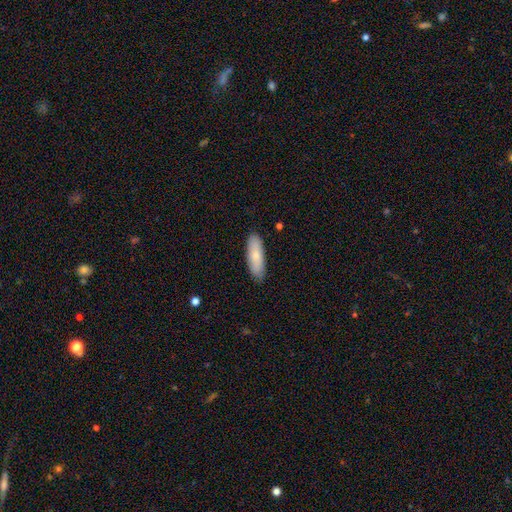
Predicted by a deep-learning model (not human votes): Q: Smooth or featured?
A: smooth (80%); runner-up: featured or disk (15%)
Q: How rounded?
A: in between (54%); runner-up: cigar-shaped (44%)
Q: Merging?
A: none (87%); runner-up: minor disturbance (10%)